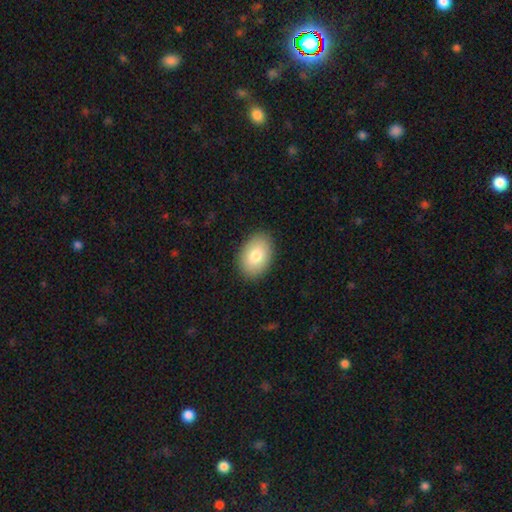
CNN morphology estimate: Smooth or featured: smooth — 82% (featured or disk — 12%)
How rounded: in between — 86% (round — 13%)
Merging: none — 89% (minor disturbance — 8%)